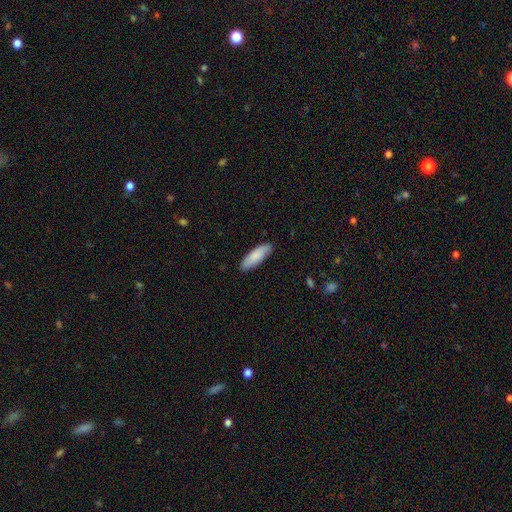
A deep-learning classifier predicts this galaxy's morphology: Smooth or featured? Predicted: smooth (p=0.85). How rounded? Predicted: in between (p=0.53). Merging? Predicted: none (p=0.88).